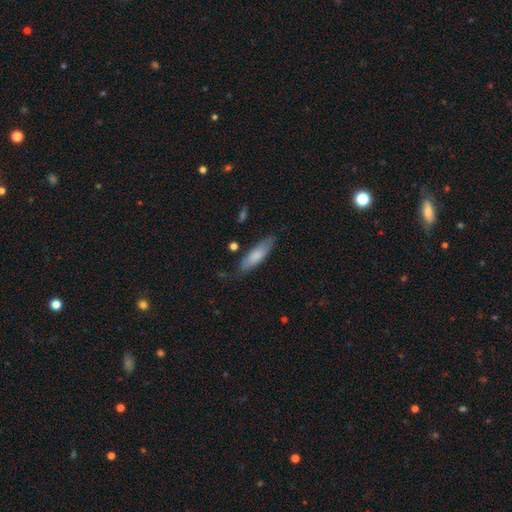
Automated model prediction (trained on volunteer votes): A smooth galaxy with no disk features (76%) that is cigar-shaped (58%).

Vote fractions:
- Smooth or featured? smooth: 76% / featured or disk: 18% / star or artifact: 6%
- How rounded? cigar-shaped: 58% / in between: 40% / round: 2%
- Merging? none: 79% / minor disturbance: 16% / major disturbance: 3% / merger: 2%